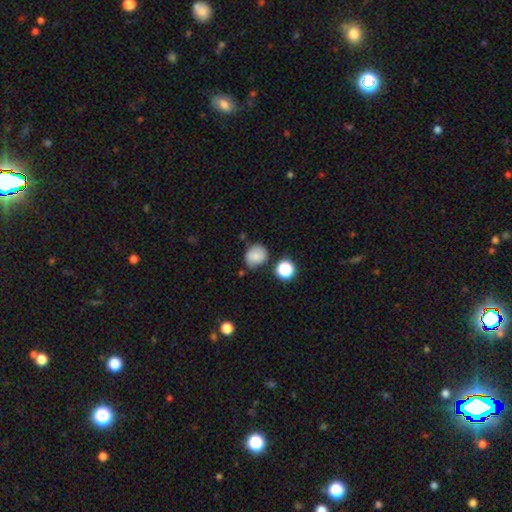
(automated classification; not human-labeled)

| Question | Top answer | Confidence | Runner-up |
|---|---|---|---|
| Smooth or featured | smooth | 76% | featured or disk (13%) |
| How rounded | round | 71% | in between (28%) |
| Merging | none | 66% | minor disturbance (22%) |